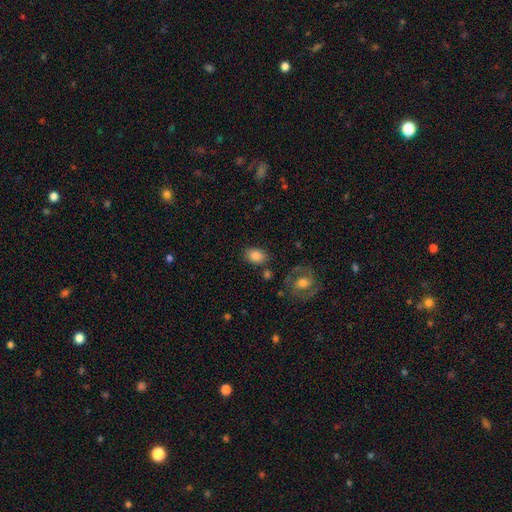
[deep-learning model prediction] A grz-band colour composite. It shows a smooth galaxy with no disk features (84%) that is in between round and cigar-shaped (74%). Merging: none (78%).